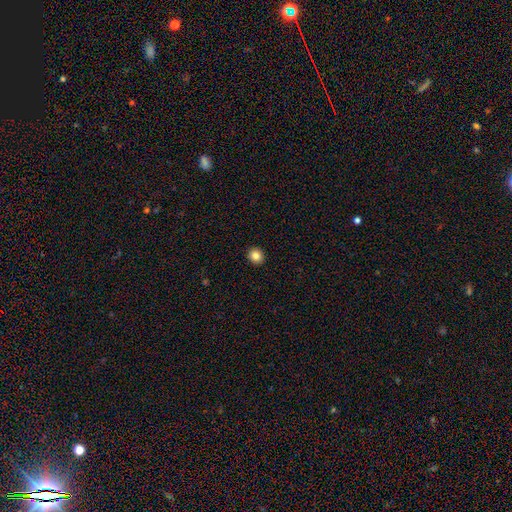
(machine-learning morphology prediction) type=smooth (84%); roundness=round (83%); merging=none (93%).